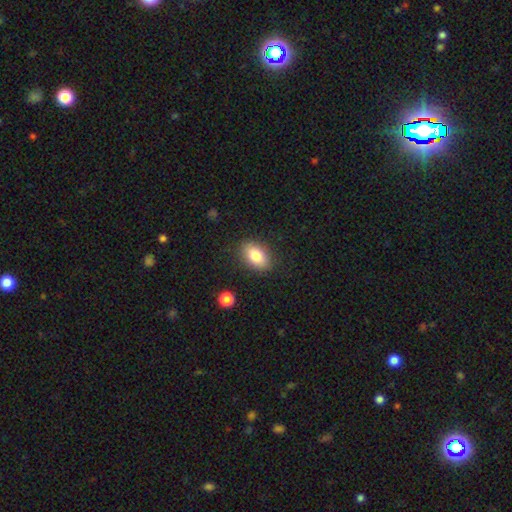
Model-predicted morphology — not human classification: smooth-or-featured: smooth: 81% | featured or disk: 11% | star or artifact: 8%
  how-rounded: in between: 87% | round: 11% | cigar-shaped: 2%
  merging: none: 86% | minor disturbance: 10% | major disturbance: 3% | merger: 1%